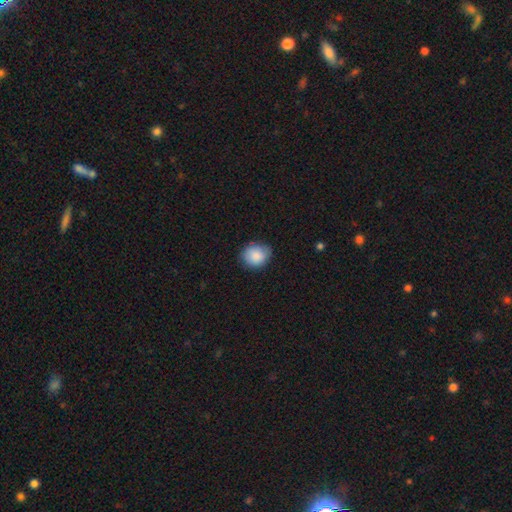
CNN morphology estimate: Smooth or featured: smooth — 87% (star or artifact — 7%)
How rounded: round — 71% (in between — 28%)
Merging: none — 76% (minor disturbance — 19%)